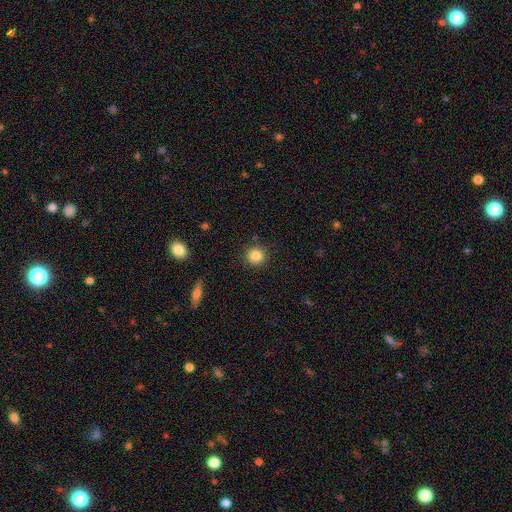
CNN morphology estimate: Smooth or featured: smooth — 85% (star or artifact — 10%)
How rounded: round — 92% (in between — 7%)
Merging: none — 90% (minor disturbance — 7%)